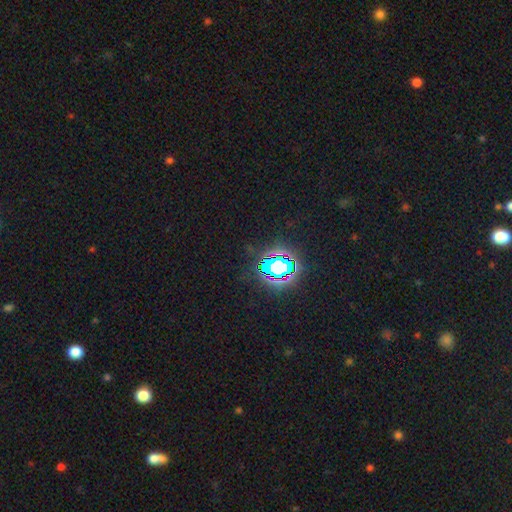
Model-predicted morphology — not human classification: Smooth or featured? star or artifact (83%)